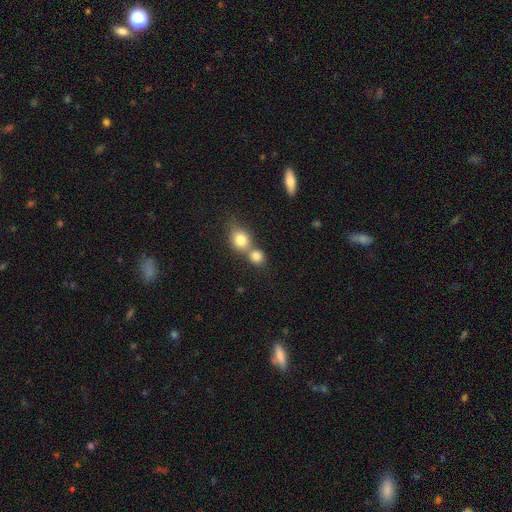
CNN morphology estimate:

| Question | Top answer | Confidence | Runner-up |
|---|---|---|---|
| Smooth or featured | smooth | 75% | star or artifact (14%) |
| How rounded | round | 73% | in between (25%) |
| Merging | merger | 47% | none (41%) |